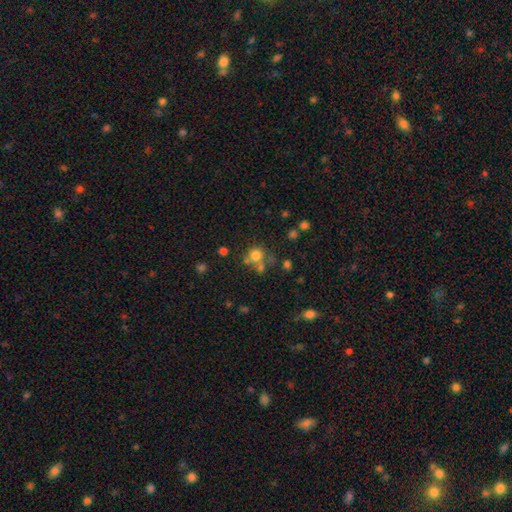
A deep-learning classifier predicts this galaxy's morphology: This is likely a smooth galaxy (73%). How rounded: clearly round (87%). Merging: possibly none (57%).